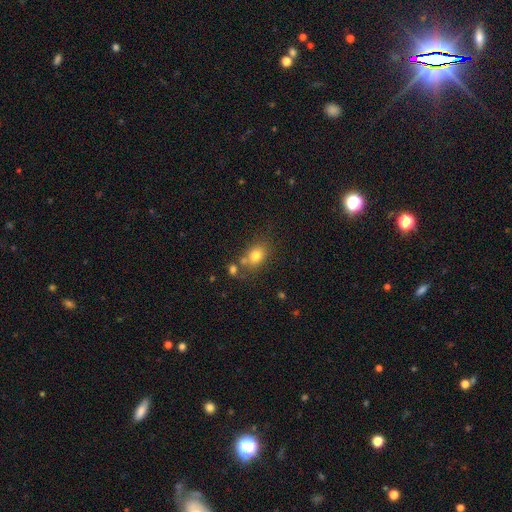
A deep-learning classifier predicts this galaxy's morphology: type=smooth (77%); roundness=in between (64%); merging=none (58%).